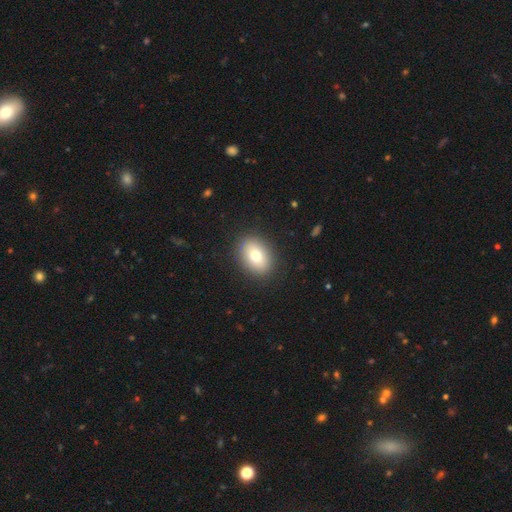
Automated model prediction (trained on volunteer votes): smooth 77%, featured or disk 14%, star or artifact 9%. Down the decision tree: how rounded — in between (74%); merging — none (89%).